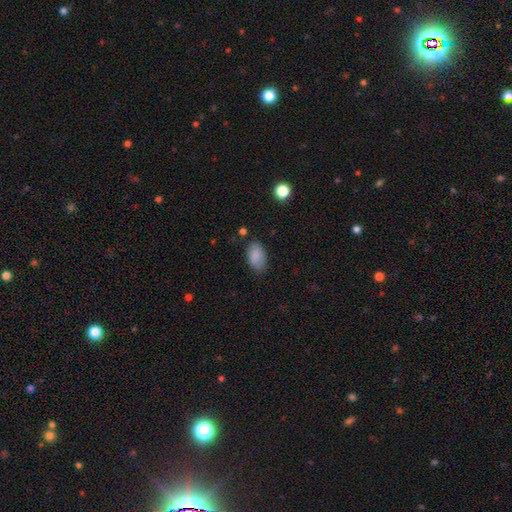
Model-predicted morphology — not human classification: This is clearly a smooth galaxy (86%). How rounded: clearly in between (93%). Merging: likely none (76%).